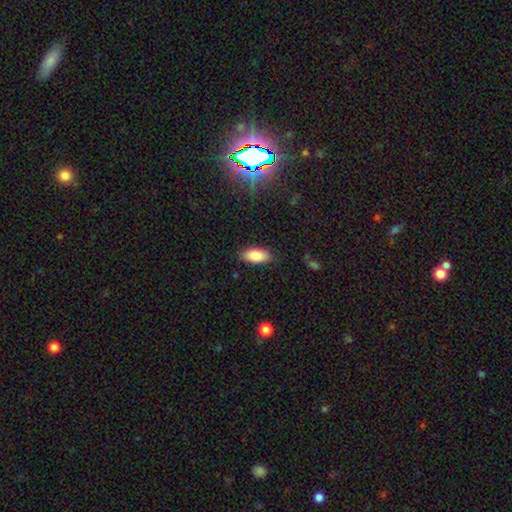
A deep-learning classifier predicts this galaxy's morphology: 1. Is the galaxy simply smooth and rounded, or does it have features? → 85% smooth, 8% featured or disk, 7% star or artifact.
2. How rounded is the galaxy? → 90% in between, 7% cigar-shaped, 2% round.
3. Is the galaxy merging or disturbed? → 85% none, 11% minor disturbance, 2% major disturbance, 1% merger.